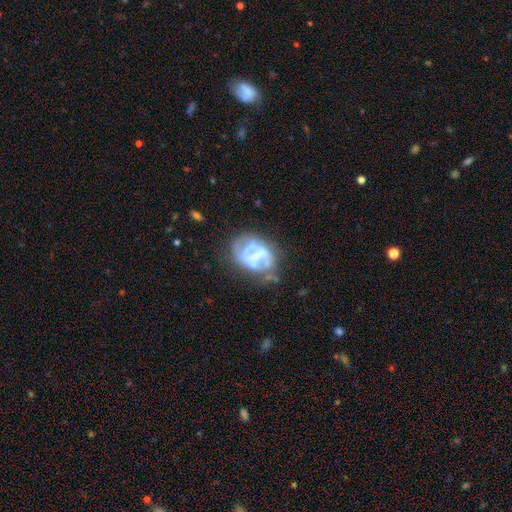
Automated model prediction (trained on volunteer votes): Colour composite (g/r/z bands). It shows a featured or disk galaxy (69%) with no bar (46%), no spiral arms (71%) and a small central bulge (31%, tied with moderate). Merging: none (42%).